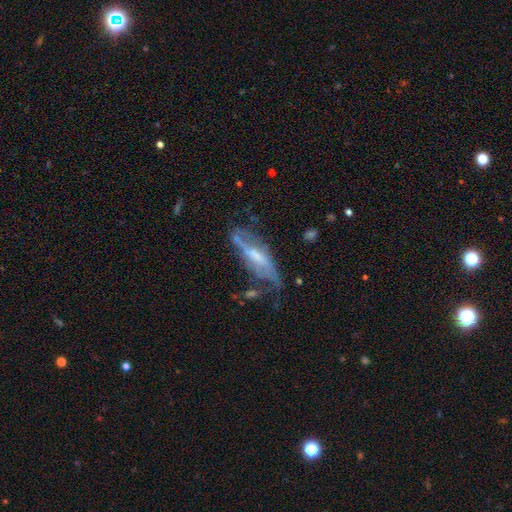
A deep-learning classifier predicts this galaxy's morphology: This appears to be a featured or disk galaxy (70%). Merging: none (49%).